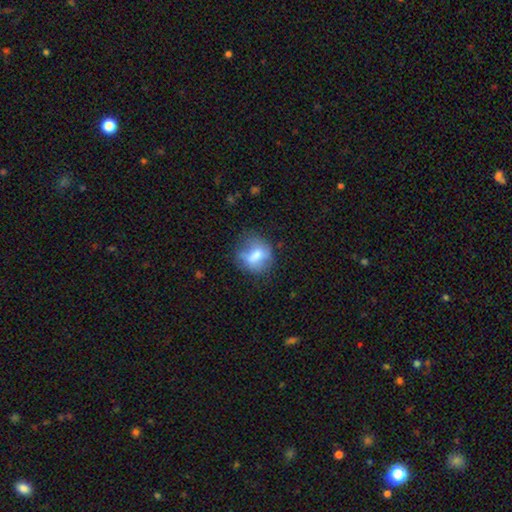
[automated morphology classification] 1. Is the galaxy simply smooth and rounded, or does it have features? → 64% smooth, 26% featured or disk, 10% star or artifact.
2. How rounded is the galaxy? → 61% round, 37% in between, 2% cigar-shaped.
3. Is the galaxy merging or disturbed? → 50% none, 28% minor disturbance, 17% major disturbance, 4% merger.